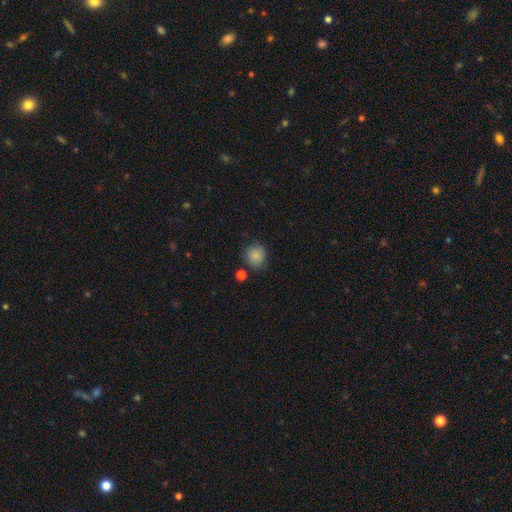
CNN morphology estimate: smooth 85%, star or artifact 10%, featured or disk 6%. Down the decision tree: how rounded — round (88%); merging — none (80%).